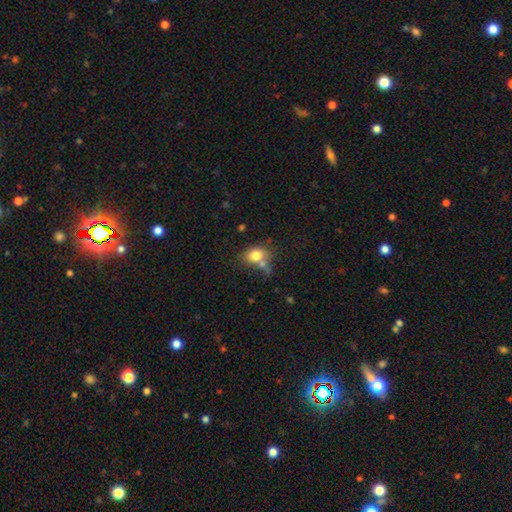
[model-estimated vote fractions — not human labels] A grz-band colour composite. It shows a smooth galaxy with no disk features (79%) that is in between round and cigar-shaped (63%). Merging: none (46%).